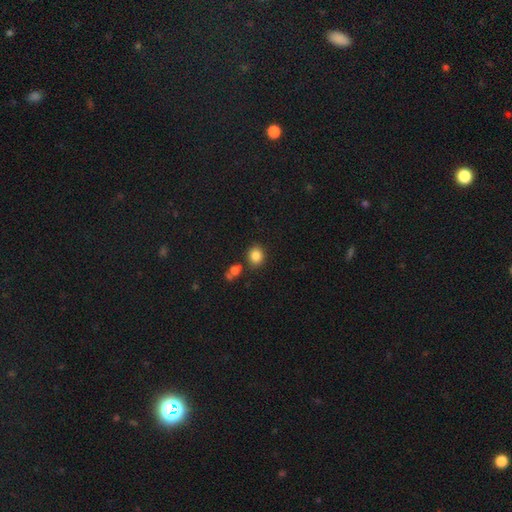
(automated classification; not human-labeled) Smooth or featured: smooth — 84% (star or artifact — 10%)
How rounded: round — 66% (in between — 34%)
Merging: none — 80% (minor disturbance — 10%)